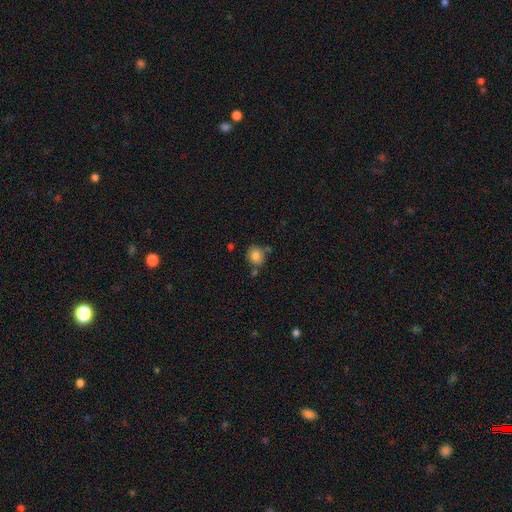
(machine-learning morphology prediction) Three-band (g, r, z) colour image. It shows a smooth galaxy with no disk features (80%) that is round (73%). Merging: none (67%).